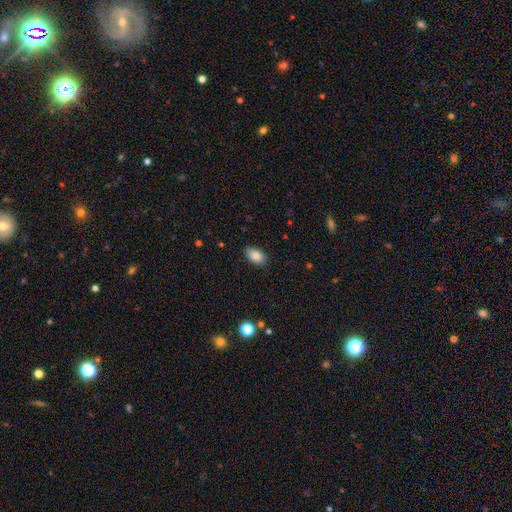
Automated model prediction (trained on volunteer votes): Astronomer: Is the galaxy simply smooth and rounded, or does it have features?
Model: smooth — 87%.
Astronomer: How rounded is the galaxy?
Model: in between — 90%.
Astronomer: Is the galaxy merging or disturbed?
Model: none — 87%.